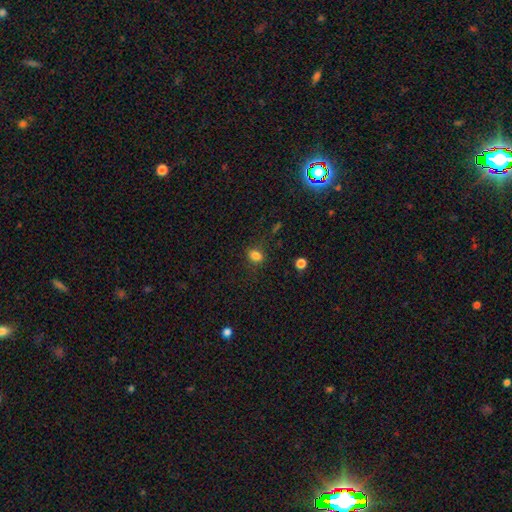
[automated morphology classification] Q: Smooth or featured?
A: smooth (81%); runner-up: star or artifact (13%)
Q: How rounded?
A: in between (66%); runner-up: round (32%)
Q: Merging?
A: none (80%); runner-up: minor disturbance (14%)